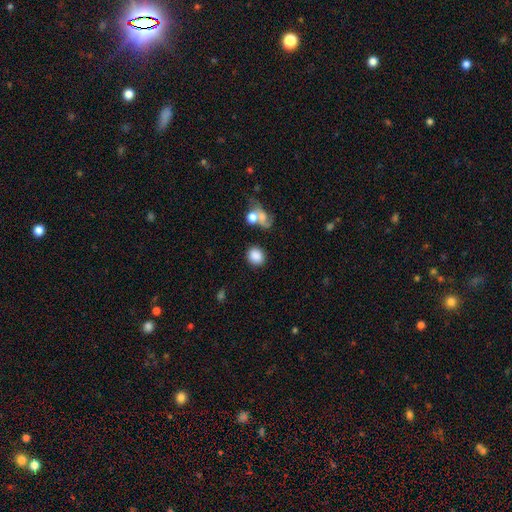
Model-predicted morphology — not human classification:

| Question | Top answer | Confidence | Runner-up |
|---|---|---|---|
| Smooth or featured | smooth | 84% | star or artifact (10%) |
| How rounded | round | 69% | in between (30%) |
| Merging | none | 74% | minor disturbance (11%) |